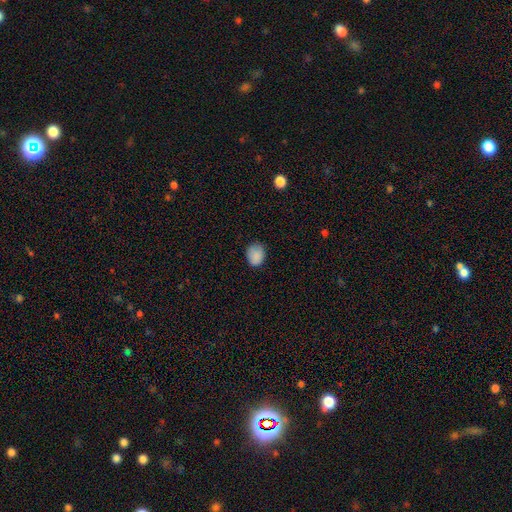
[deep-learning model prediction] smooth_or_featured: smooth (p=0.87) [alt: star or artifact p=0.09]
how_rounded: round (p=0.55) [alt: in between p=0.44]
merging: none (p=0.76) [alt: minor disturbance p=0.19]